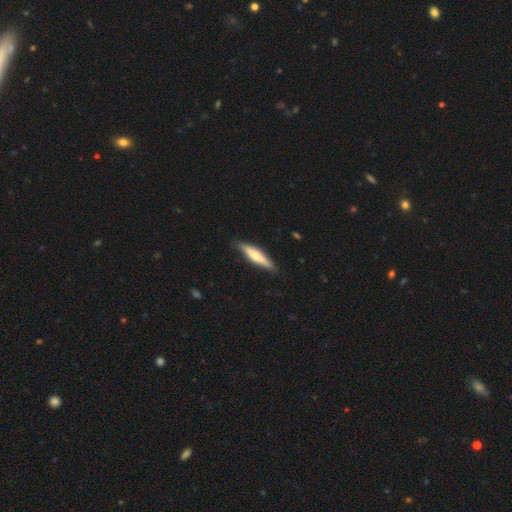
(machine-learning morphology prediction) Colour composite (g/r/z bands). It shows a smooth galaxy with no disk features (52%) that is cigar-shaped (83%). Merging: none (85%).